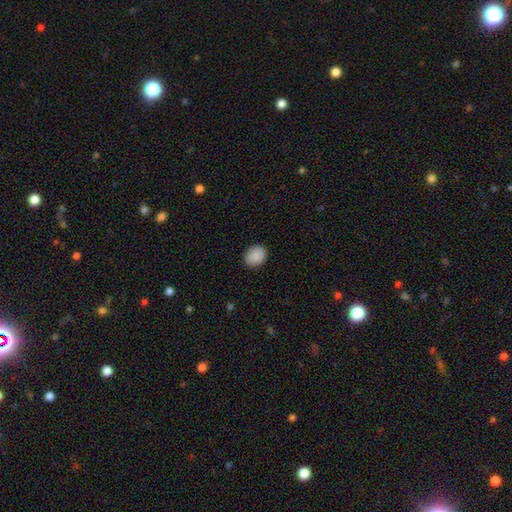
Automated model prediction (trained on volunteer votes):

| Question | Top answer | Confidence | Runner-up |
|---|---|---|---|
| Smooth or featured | smooth | 89% | star or artifact (8%) |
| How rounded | in between | 54% | round (45%) |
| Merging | none | 88% | minor disturbance (9%) |